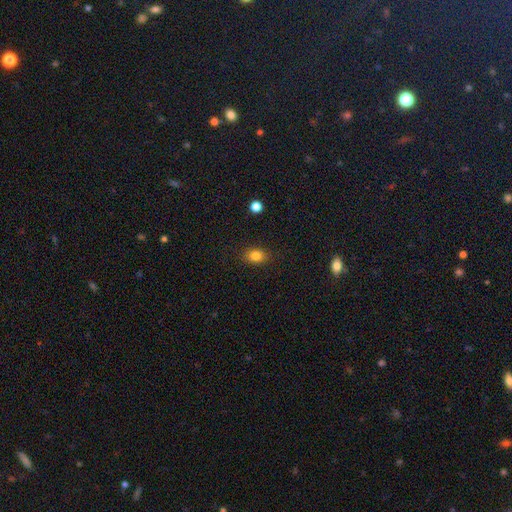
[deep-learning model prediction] smooth-or-featured: smooth: 83% | star or artifact: 11% | featured or disk: 6%
  how-rounded: in between: 69% | round: 30% | cigar-shaped: 2%
  merging: none: 86% | minor disturbance: 10% | major disturbance: 3% | merger: 1%